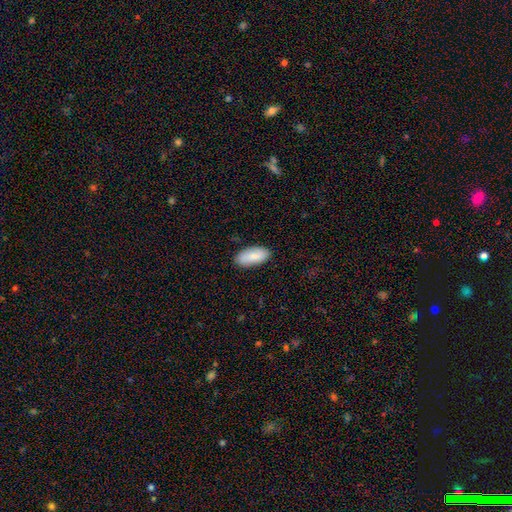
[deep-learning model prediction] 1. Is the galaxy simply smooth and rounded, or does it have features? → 81% smooth, 13% featured or disk, 6% star or artifact.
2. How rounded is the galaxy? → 89% in between, 9% cigar-shaped, 2% round.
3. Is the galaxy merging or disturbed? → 88% none, 10% minor disturbance, 2% major disturbance, 1% merger.